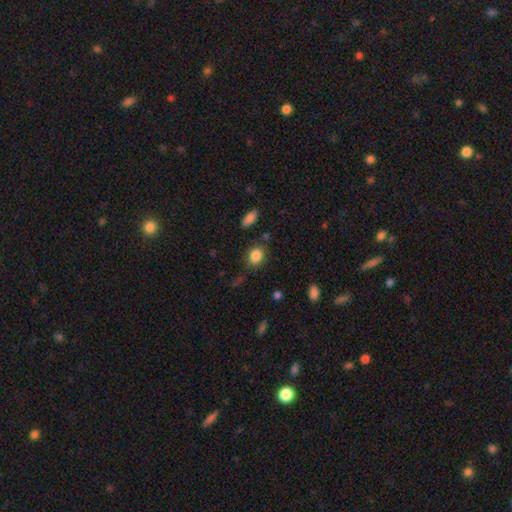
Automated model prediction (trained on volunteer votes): Smooth or featured? Predicted: smooth (p=0.86). How rounded? Predicted: round (p=0.53). Merging? Predicted: none (p=0.79).